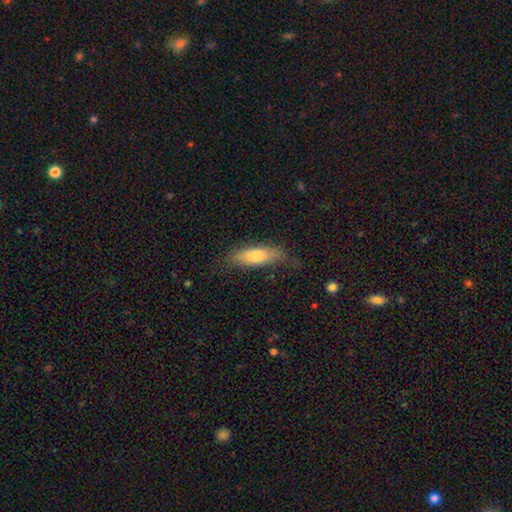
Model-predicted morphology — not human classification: This is likely a smooth galaxy (75%). How rounded: possibly in between (52%). Merging: likely none (70%).